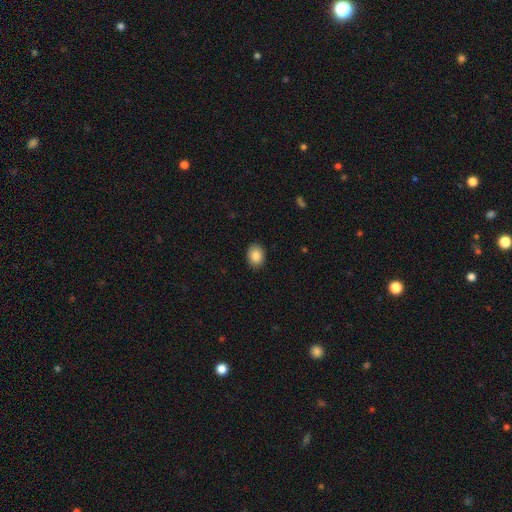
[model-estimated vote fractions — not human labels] Smooth or featured? smooth (88%)
How rounded? in between (63%)
Merging? none (89%)